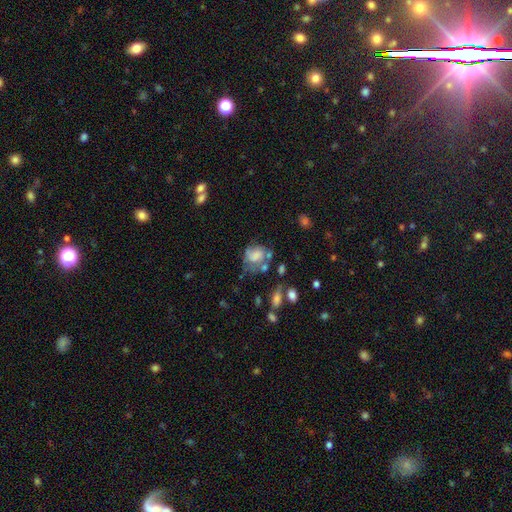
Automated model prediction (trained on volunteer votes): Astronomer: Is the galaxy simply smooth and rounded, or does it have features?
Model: smooth — 54% (runner-up: featured or disk, 36%).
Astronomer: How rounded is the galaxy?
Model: in between — 58% (runner-up: round, 41%).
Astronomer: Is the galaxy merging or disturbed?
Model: none — 33% (runner-up: major disturbance, 27%).